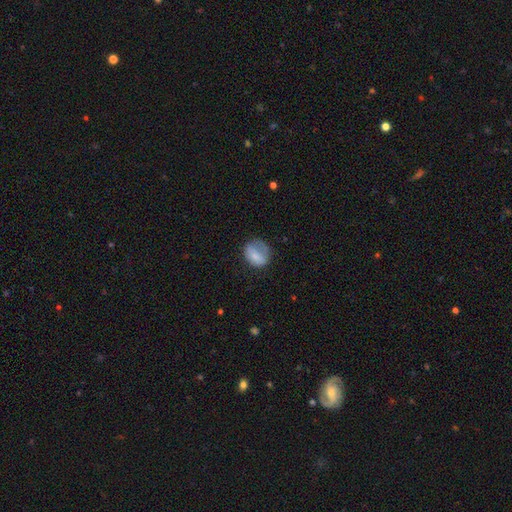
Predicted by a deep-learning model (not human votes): Smooth or featured?
  - smooth: 74% *
  - featured or disk: 18%
  - star or artifact: 8%
How rounded?
  - round: 51% *
  - in between: 48%
  - cigar-shaped: 1%
Merging?
  - none: 47% *
  - minor disturbance: 29%
  - major disturbance: 22%
  - merger: 2%